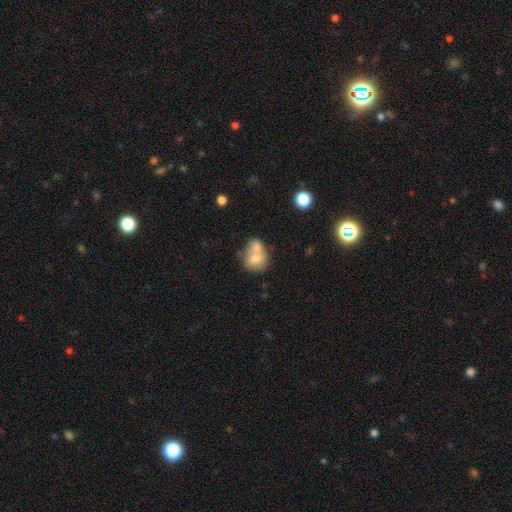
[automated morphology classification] Overall: smooth (71%). How rounded: round (58%; in between 41%). Merging: merger (63%; none 24%).